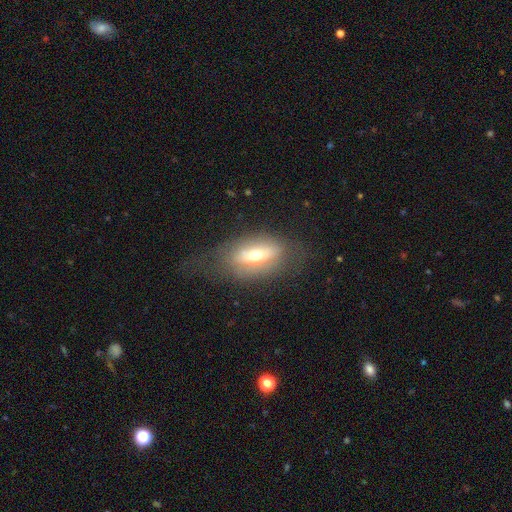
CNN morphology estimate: Q: Smooth or featured?
A: smooth (46%); runner-up: featured or disk (45%)
Q: Merging?
A: none (59%); runner-up: minor disturbance (22%)